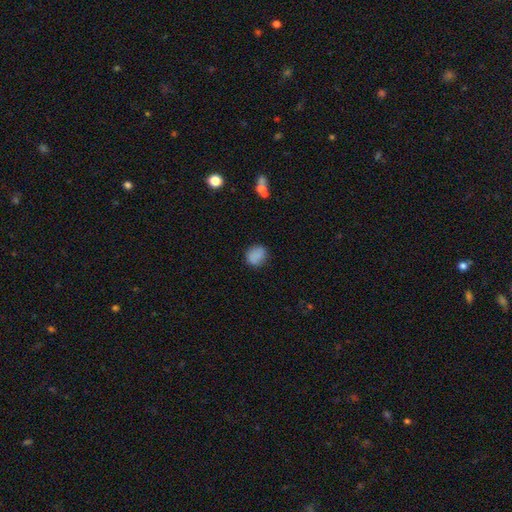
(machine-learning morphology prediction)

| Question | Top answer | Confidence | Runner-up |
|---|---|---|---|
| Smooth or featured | smooth | 85% | star or artifact (10%) |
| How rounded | round | 65% | in between (34%) |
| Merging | none | 81% | minor disturbance (14%) |